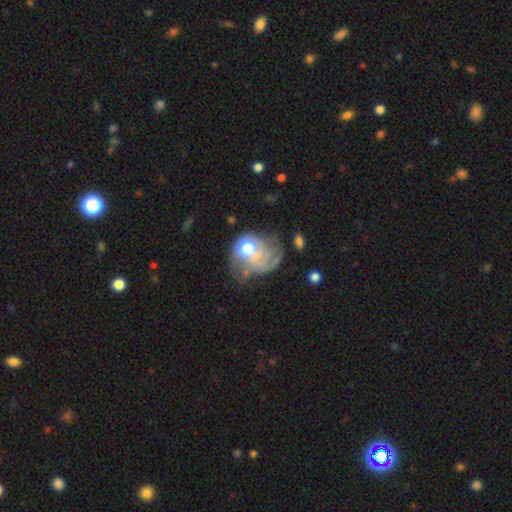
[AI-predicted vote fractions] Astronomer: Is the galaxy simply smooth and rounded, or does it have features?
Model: featured or disk — 59%.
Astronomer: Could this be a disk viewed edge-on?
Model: no — 97%.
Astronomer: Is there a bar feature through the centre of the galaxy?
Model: no — 83%.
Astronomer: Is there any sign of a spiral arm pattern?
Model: yes — 57% (runner-up: no, 43%).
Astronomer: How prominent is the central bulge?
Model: moderate — 57%.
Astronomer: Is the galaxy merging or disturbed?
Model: major disturbance — 38% (runner-up: none, 29%).